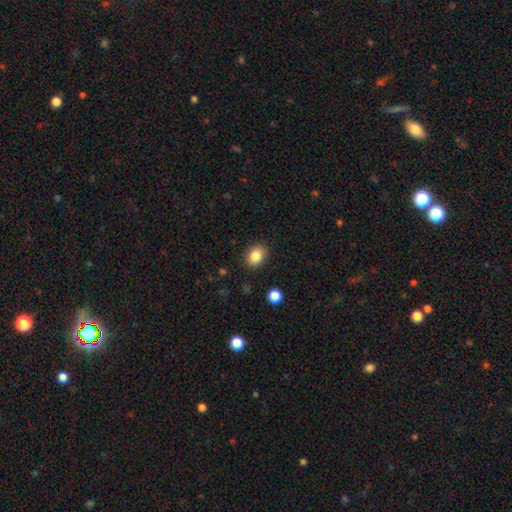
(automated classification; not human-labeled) A smooth galaxy with no disk features (85%) that is in between round and cigar-shaped (61%). Merging: none (88%).